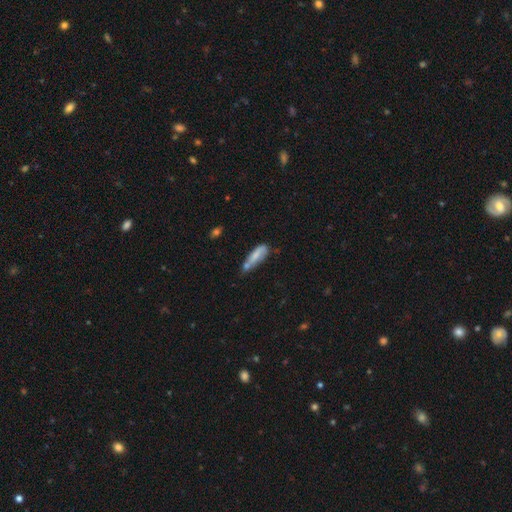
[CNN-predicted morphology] Smooth or featured?
  - smooth: 65% *
  - featured or disk: 28%
  - star or artifact: 8%
How rounded?
  - cigar-shaped: 52% *
  - in between: 46%
  - round: 2%
Merging?
  - none: 34% *
  - minor disturbance: 30%
  - merger: 24%
  - major disturbance: 12%